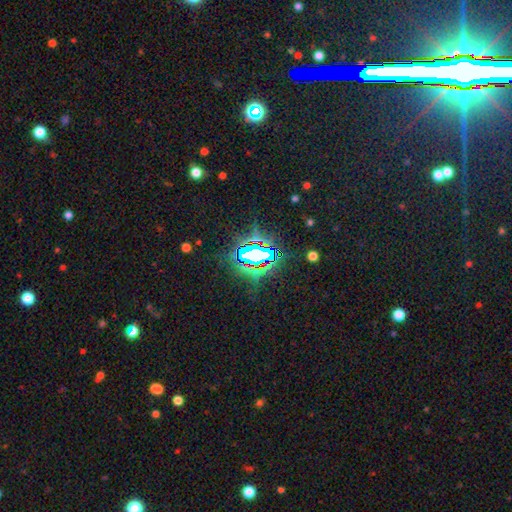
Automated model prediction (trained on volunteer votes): smooth_or_featured: star or artifact (p=0.74) [alt: smooth p=0.14]